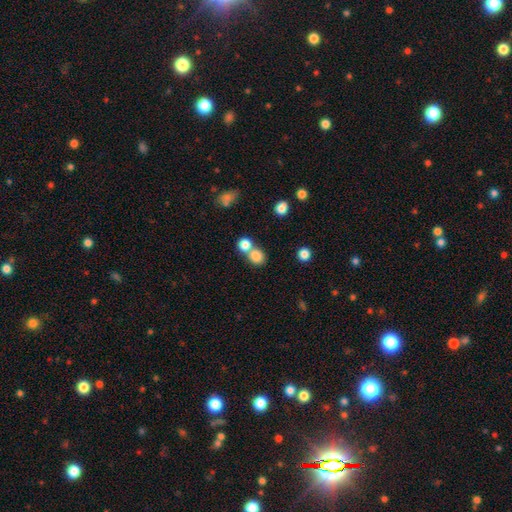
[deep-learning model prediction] This is clearly a smooth galaxy (81%). How rounded: likely round (77%). Merging: possibly merger (46%).